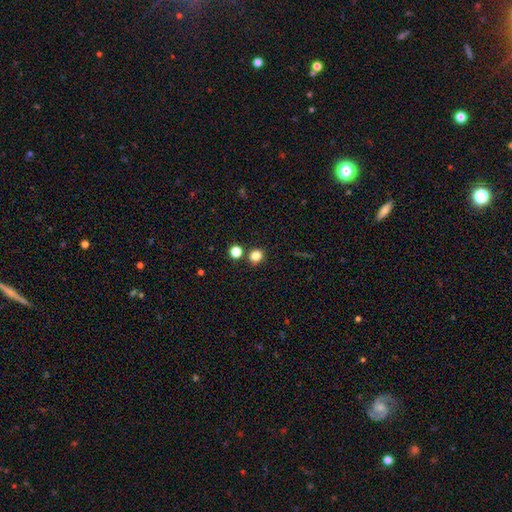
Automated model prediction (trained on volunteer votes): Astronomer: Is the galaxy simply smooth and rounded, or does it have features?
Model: smooth — 81%.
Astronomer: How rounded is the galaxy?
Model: round — 81%.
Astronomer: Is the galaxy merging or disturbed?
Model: none — 83%.